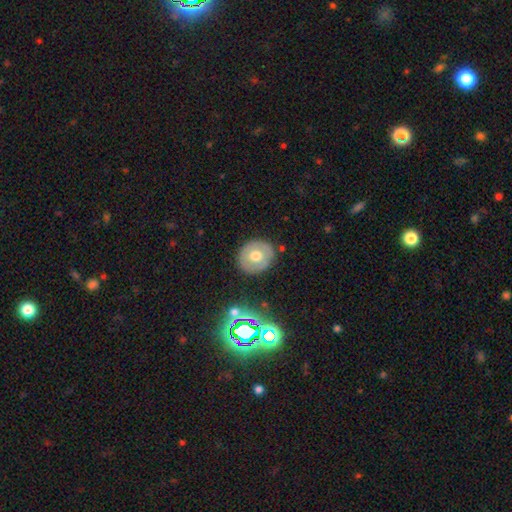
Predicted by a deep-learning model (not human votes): Overall: smooth (55%; featured or disk 37%). How rounded: round (77%). Merging: none (84%).